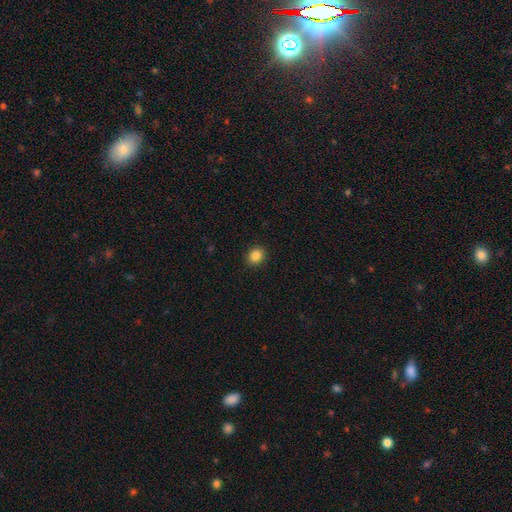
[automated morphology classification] Smooth or featured? smooth (86%)
How rounded? round (70%)
Merging? none (91%)